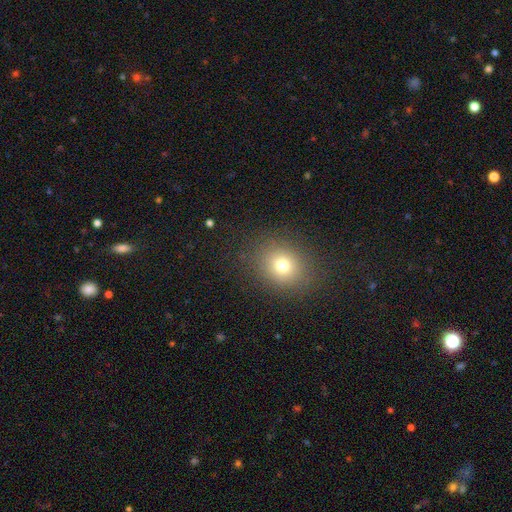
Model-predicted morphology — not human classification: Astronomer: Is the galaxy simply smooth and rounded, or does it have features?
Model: smooth — 70%.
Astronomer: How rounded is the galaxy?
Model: round — 63%.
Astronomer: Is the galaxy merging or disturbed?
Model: none — 90%.